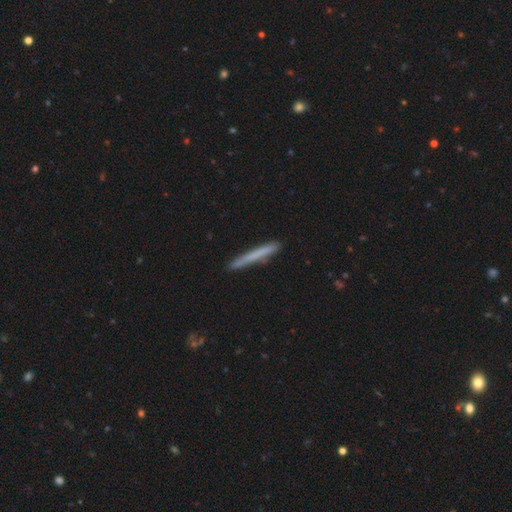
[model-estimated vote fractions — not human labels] Morphology: type=smooth (64%); roundness=cigar-shaped (97%); merging=none (88%).